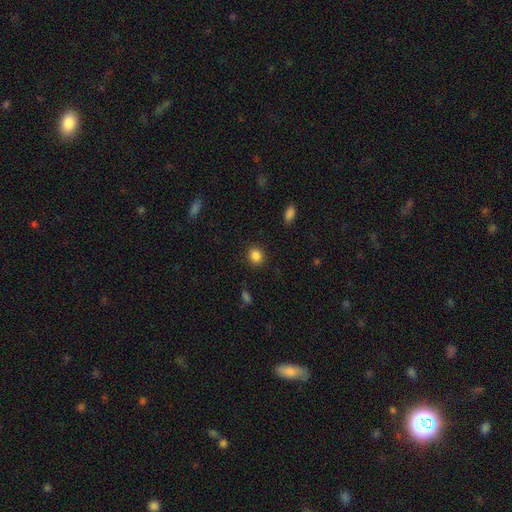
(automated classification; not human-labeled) Morphology: type=smooth (86%); roundness=round (74%); merging=none (90%).